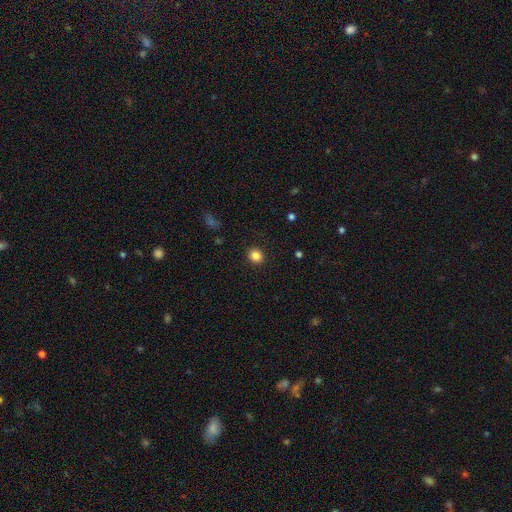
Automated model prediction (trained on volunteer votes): Smooth or featured?
  - smooth: 85% *
  - star or artifact: 11%
  - featured or disk: 4%
How rounded?
  - round: 74% *
  - in between: 25%
  - cigar-shaped: 1%
Merging?
  - none: 91% *
  - minor disturbance: 6%
  - major disturbance: 2%
  - merger: 1%